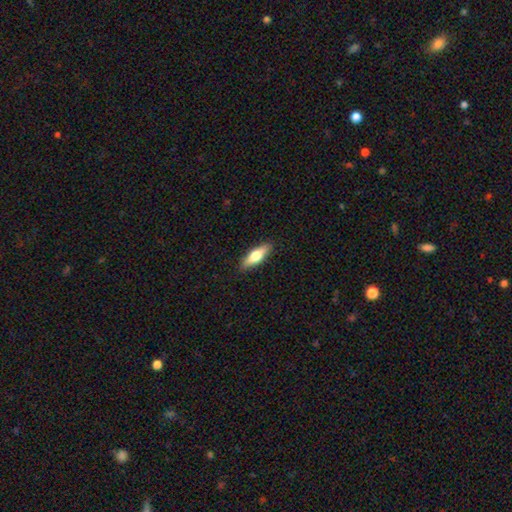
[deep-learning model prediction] Overall: smooth (62%; featured or disk 32%). How rounded: cigar-shaped (49%; in between 48%). Merging: none (89%).